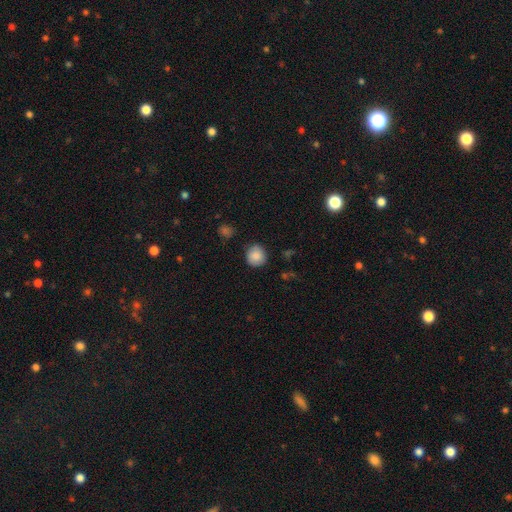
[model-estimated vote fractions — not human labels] A smooth galaxy with no disk features (87%) that is round (88%).

Vote fractions:
- Smooth or featured? smooth: 87% / star or artifact: 8% / featured or disk: 5%
- How rounded? round: 88% / in between: 11% / cigar-shaped: 1%
- Merging? none: 82% / minor disturbance: 13% / major disturbance: 3% / merger: 2%